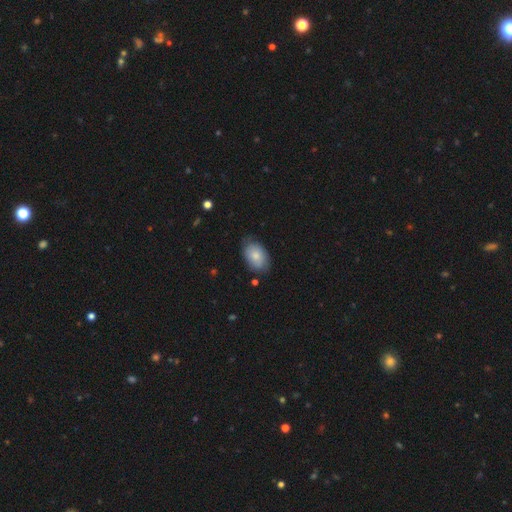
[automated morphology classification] This appears to be a smooth galaxy with no disk features (79%) that is in between round and cigar-shaped (90%). Merging: none (73%).